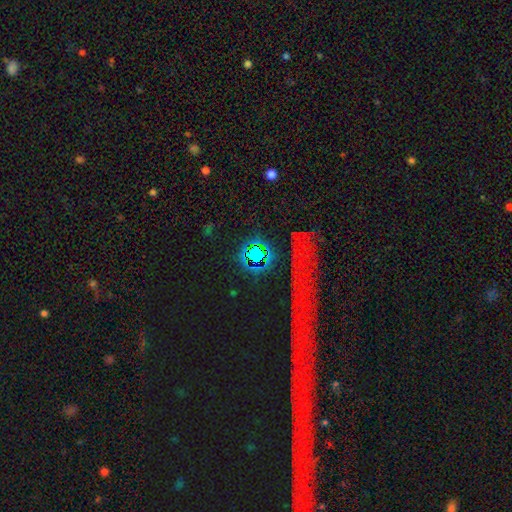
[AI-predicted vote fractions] smooth-or-featured: star or artifact: 79% | smooth: 12% | featured or disk: 9%